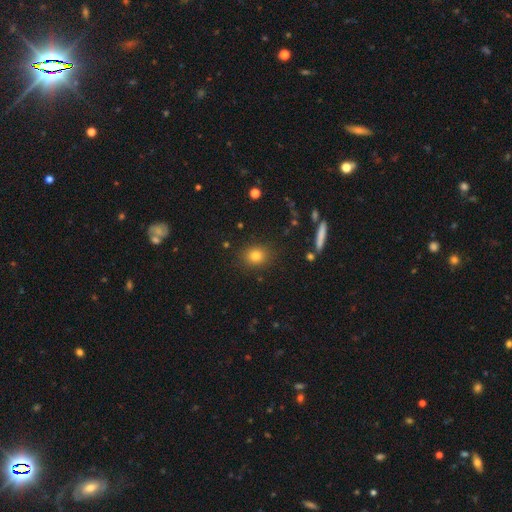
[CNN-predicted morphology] smooth_or_featured: smooth (p=0.81) [alt: star or artifact p=0.12]
how_rounded: round (p=0.67) [alt: in between p=0.31]
merging: none (p=0.88) [alt: minor disturbance p=0.08]